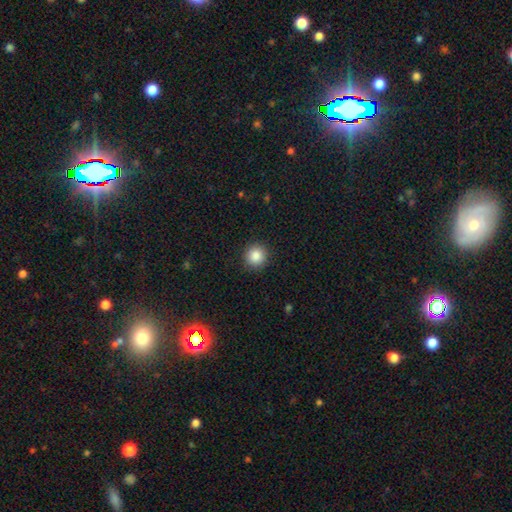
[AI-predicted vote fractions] smooth_or_featured: smooth (p=0.87) [alt: star or artifact p=0.09]
how_rounded: round (p=0.93) [alt: in between p=0.07]
merging: none (p=0.91) [alt: minor disturbance p=0.06]